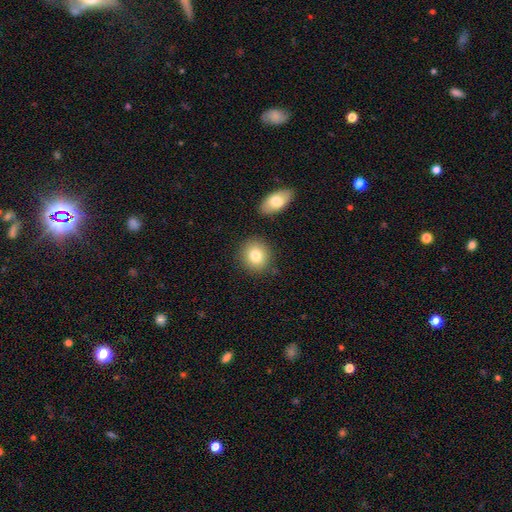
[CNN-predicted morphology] Q: Smooth or featured?
A: smooth (82%); runner-up: featured or disk (10%)
Q: How rounded?
A: round (78%); runner-up: in between (21%)
Q: Merging?
A: none (82%); runner-up: minor disturbance (9%)